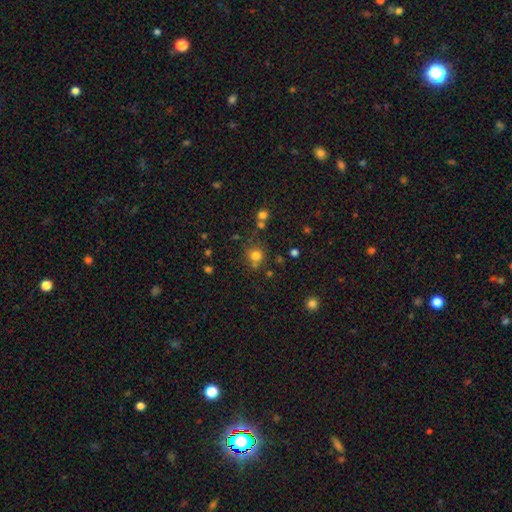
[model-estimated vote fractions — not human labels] A smooth galaxy with no disk features (76%) that is round (88%).

Vote fractions:
- Smooth or featured? smooth: 76% / star or artifact: 17% / featured or disk: 7%
- How rounded? round: 88% / in between: 11% / cigar-shaped: 1%
- Merging? none: 67% / merger: 15% / minor disturbance: 13% / major disturbance: 5%